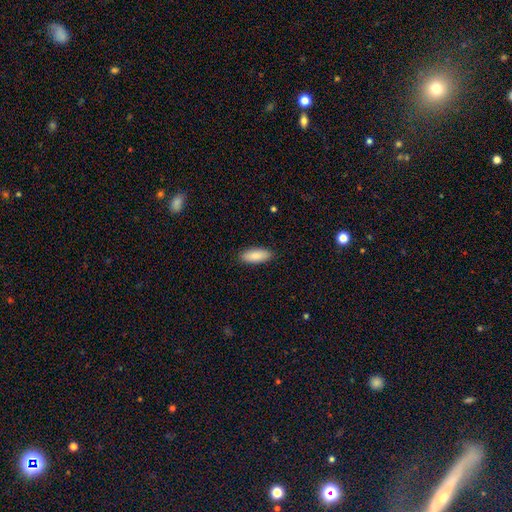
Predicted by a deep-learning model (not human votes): A smooth galaxy with no disk features (89%) that is in between round and cigar-shaped (75%). Merging: none (89%).